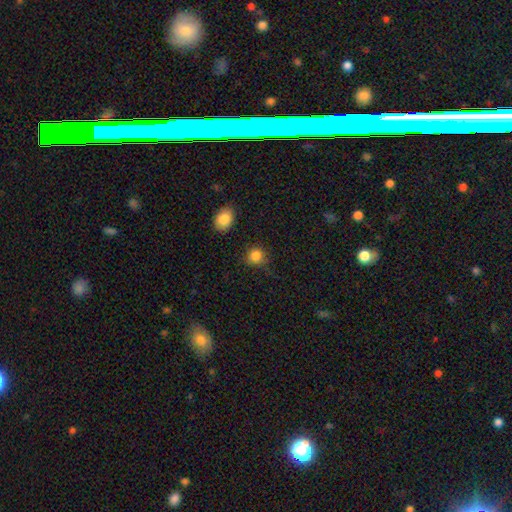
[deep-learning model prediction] Smooth or featured? smooth (85%)
How rounded? round (87%)
Merging? none (78%)